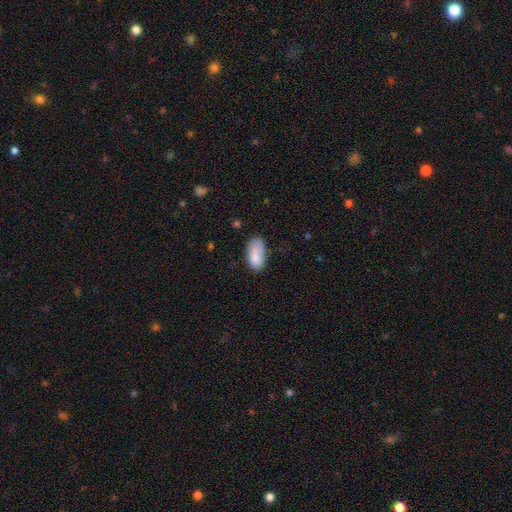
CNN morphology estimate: This appears to be a smooth galaxy with no disk features (81%) that is in between round and cigar-shaped (93%). Merging: none (57%).